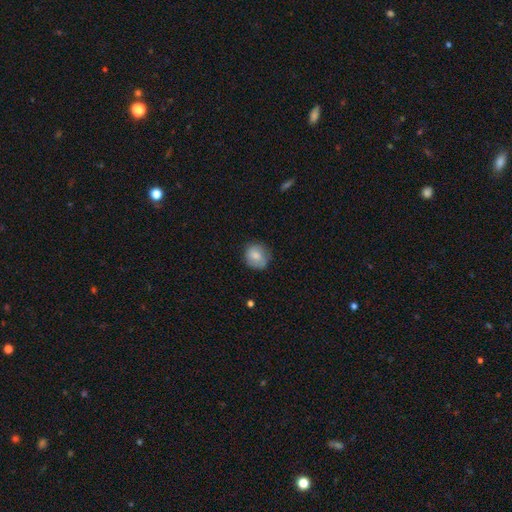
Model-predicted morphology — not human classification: Smooth or featured?
  - smooth: 76% *
  - featured or disk: 17%
  - star or artifact: 7%
How rounded?
  - round: 81% *
  - in between: 18%
  - cigar-shaped: 1%
Merging?
  - none: 73% *
  - minor disturbance: 21%
  - major disturbance: 5%
  - merger: 1%